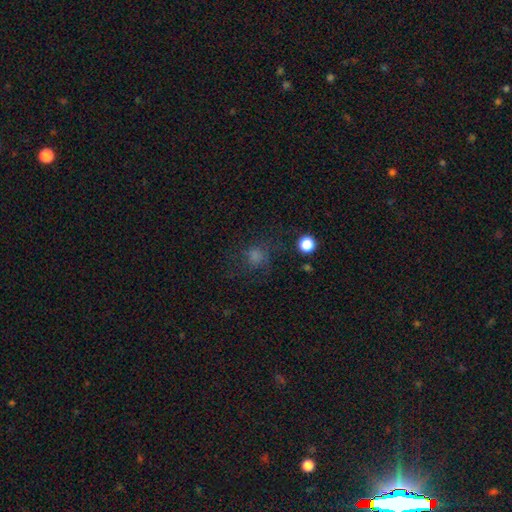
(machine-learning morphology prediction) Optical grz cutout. It shows a smooth galaxy with no disk features (55%) that is round (83%). Merging: none (70%).